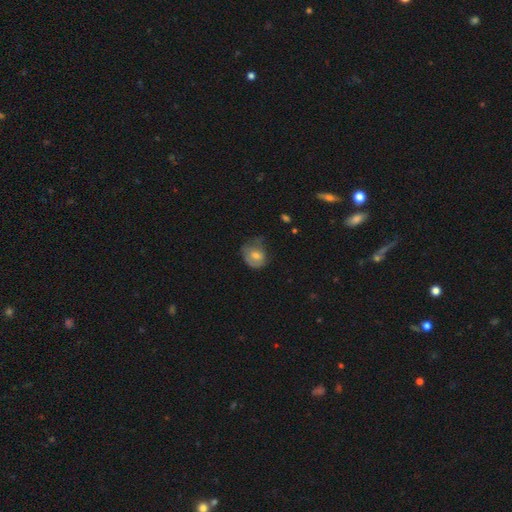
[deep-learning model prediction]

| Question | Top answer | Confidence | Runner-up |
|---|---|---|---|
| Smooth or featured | smooth | 61% | featured or disk (30%) |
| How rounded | round | 54% | in between (45%) |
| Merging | none | 41% | minor disturbance (36%) |